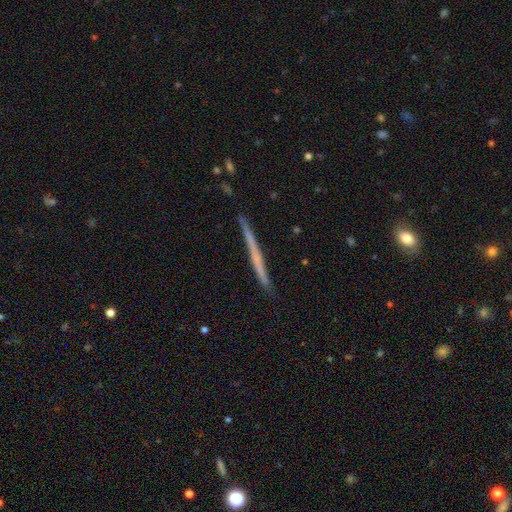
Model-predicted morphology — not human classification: Smooth or featured?
  - featured or disk: 54% *
  - smooth: 40%
  - star or artifact: 6%
Edge-on disk?
  - yes: 97% *
  - no: 3%
Edge-on bulge?
  - none: 86% *
  - rounded: 10%
  - boxy: 5%
Merging?
  - none: 88% *
  - minor disturbance: 9%
  - major disturbance: 2%
  - merger: 1%